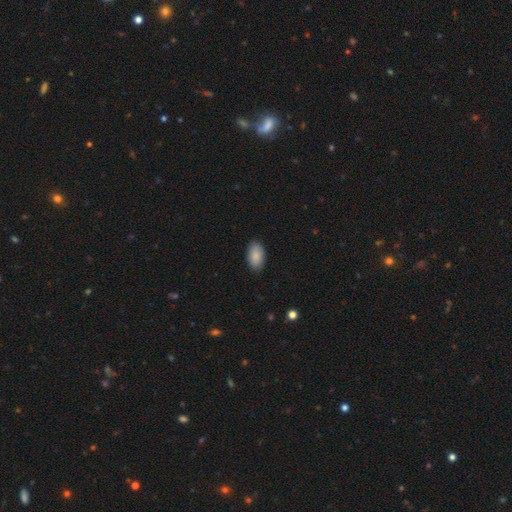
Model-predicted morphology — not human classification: Smooth or featured? Predicted: smooth (p=0.89). How rounded? Predicted: in between (p=0.95). Merging? Predicted: none (p=0.88).